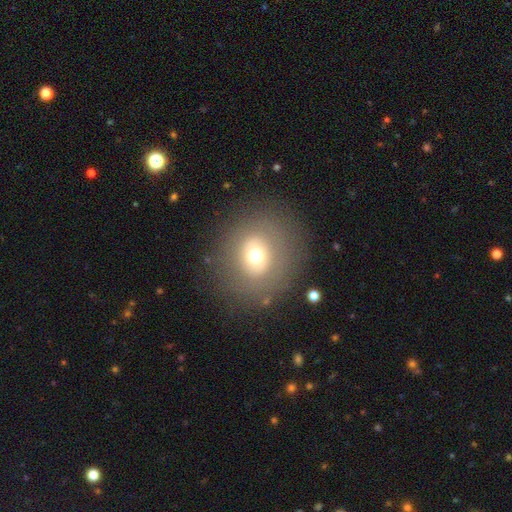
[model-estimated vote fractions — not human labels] A smooth galaxy with no disk features (62%) that is round (82%). Merging: none (82%).